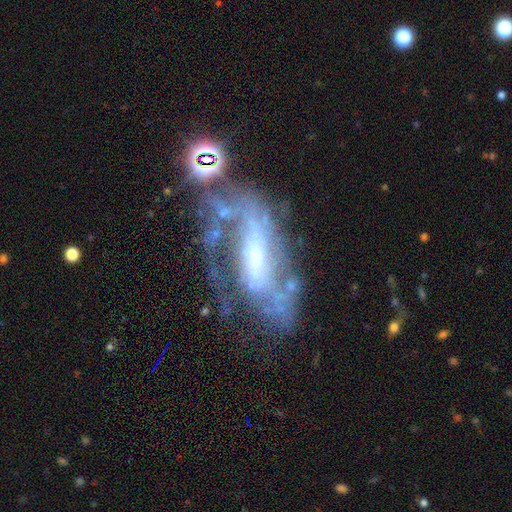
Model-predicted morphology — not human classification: This is clearly a featured or disk galaxy (82%). It is clearly not viewed edge-on (90%). Bar: marginally strong (37%). Spiral arm pattern: clearly yes (84%). Spiral arm count: possibly 2 (52%). Spiral winding: marginally medium (43%). Central bulge: marginally small (37%). Merging: marginally none (44%).